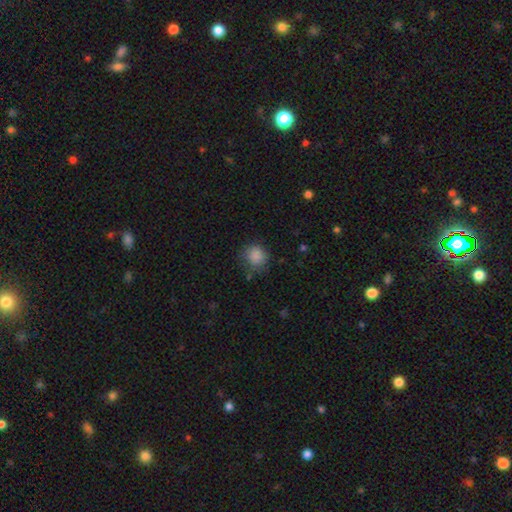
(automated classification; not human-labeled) Q: Smooth or featured?
A: smooth (86%); runner-up: star or artifact (10%)
Q: How rounded?
A: round (83%); runner-up: in between (17%)
Q: Merging?
A: none (73%); runner-up: minor disturbance (19%)